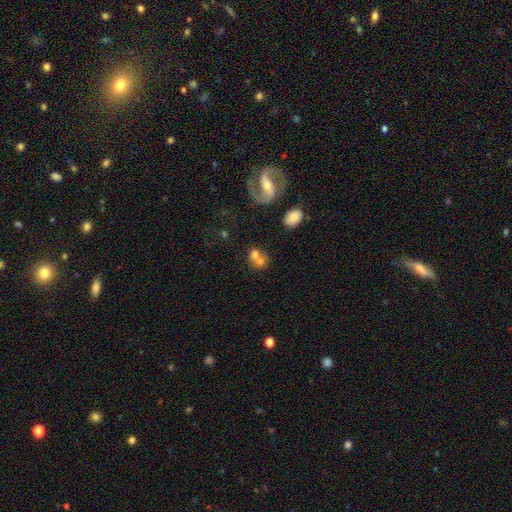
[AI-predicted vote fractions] Q: Smooth or featured?
A: smooth (59%); runner-up: featured or disk (29%)
Q: How rounded?
A: round (69%); runner-up: in between (30%)
Q: Merging?
A: merger (51%); runner-up: none (34%)